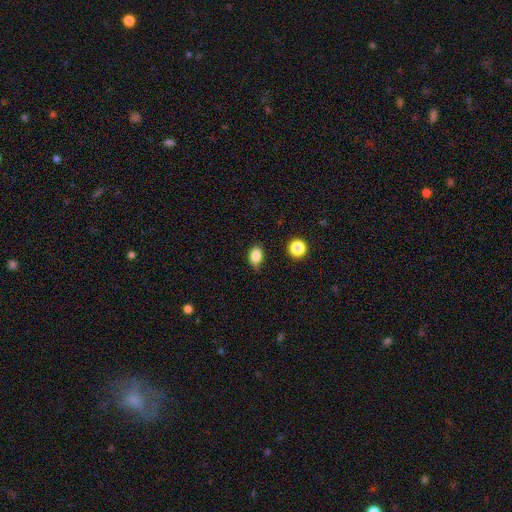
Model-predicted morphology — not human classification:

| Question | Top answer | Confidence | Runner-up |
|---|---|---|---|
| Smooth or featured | smooth | 85% | star or artifact (10%) |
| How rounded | in between | 79% | round (19%) |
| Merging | none | 75% | minor disturbance (20%) |